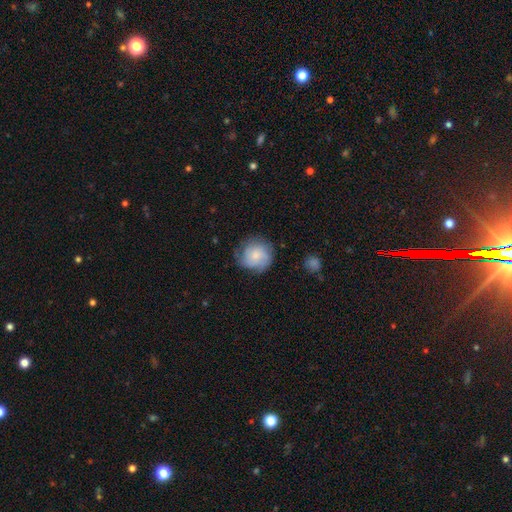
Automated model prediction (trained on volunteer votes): The model was most divided on "smooth or featured": featured or disk: 51%, smooth: 41%, star or artifact: 8%. More confident: edge-on disk — no (98%); merging — none (71%).